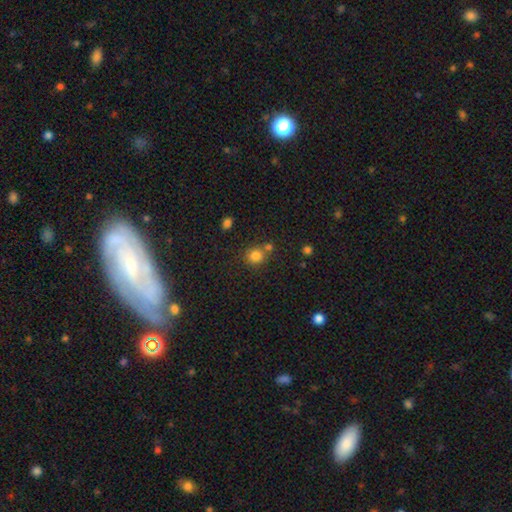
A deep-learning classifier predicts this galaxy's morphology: The model was most divided on "merging": none: 64%, merger: 23%, minor disturbance: 10%, major disturbance: 3%. More confident: how rounded — round (83%); smooth or featured — smooth (81%).